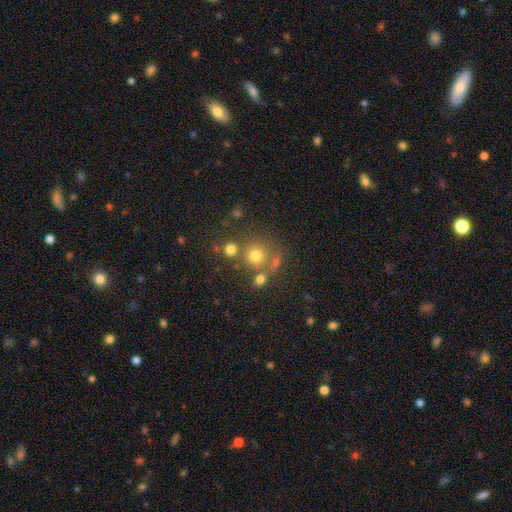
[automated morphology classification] smooth_or_featured: smooth (p=0.69) [alt: star or artifact p=0.19]
how_rounded: round (p=0.90) [alt: in between p=0.09]
merging: none (p=0.63) [alt: merger p=0.22]